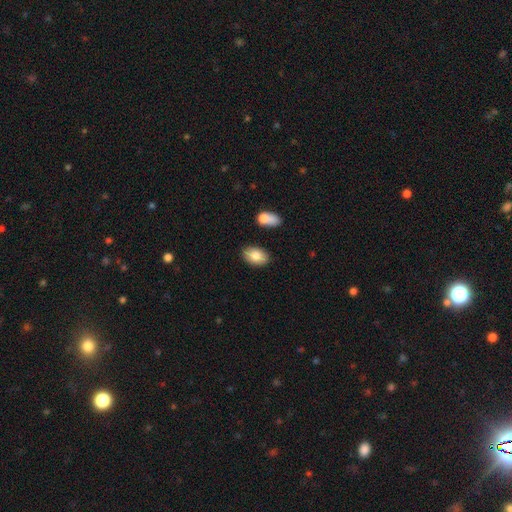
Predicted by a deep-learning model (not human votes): smooth_or_featured: smooth (p=0.83) [alt: featured or disk p=0.10]
how_rounded: in between (p=0.90) [alt: round p=0.09]
merging: none (p=0.81) [alt: minor disturbance p=0.12]